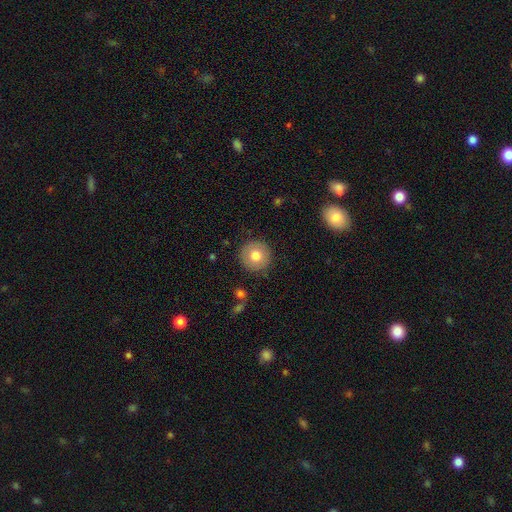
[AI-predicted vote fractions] Smooth or featured?
  - smooth: 78% *
  - featured or disk: 14%
  - star or artifact: 8%
How rounded?
  - round: 96% *
  - in between: 3%
  - cigar-shaped: 1%
Merging?
  - none: 90% *
  - minor disturbance: 7%
  - major disturbance: 2%
  - merger: 1%